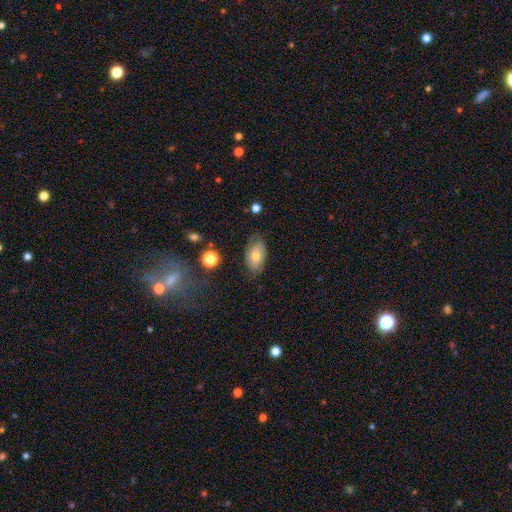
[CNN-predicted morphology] smooth 70%, featured or disk 22%, star or artifact 8%. Down the decision tree: how rounded — in between (92%); merging — none (68%).